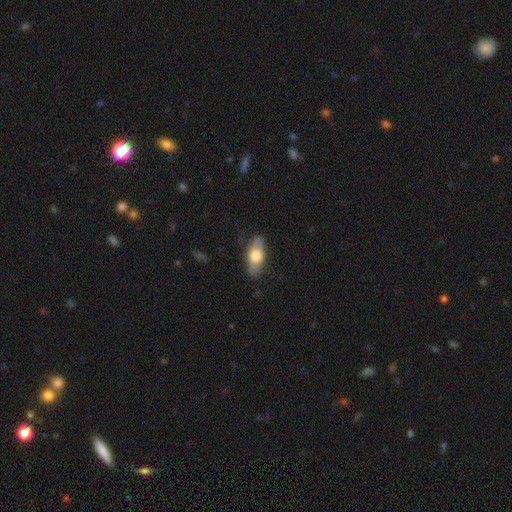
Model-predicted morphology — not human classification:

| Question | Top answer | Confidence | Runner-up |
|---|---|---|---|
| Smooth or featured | smooth | 62% | featured or disk (32%) |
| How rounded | in between | 83% | cigar-shaped (14%) |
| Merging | none | 83% | minor disturbance (13%) |